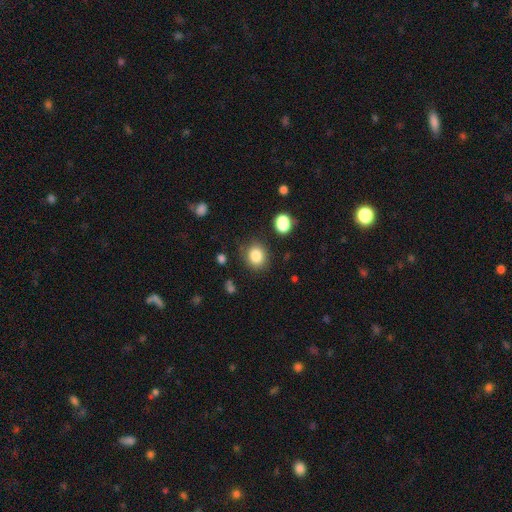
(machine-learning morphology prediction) This is clearly a smooth galaxy (84%). How rounded: likely round (72%). Merging: clearly none (82%).